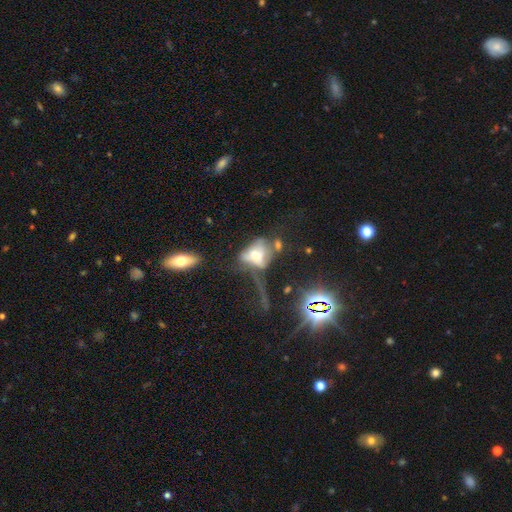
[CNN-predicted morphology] Smooth or featured?
  - featured or disk: 44% *
  - smooth: 43%
  - star or artifact: 14%
Merging?
  - major disturbance: 45% *
  - merger: 22%
  - none: 18%
  - minor disturbance: 15%